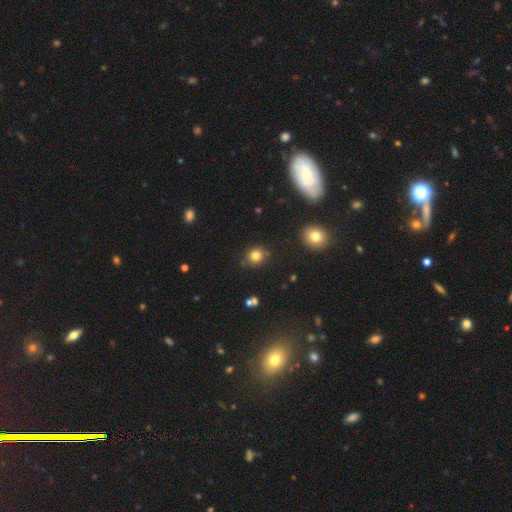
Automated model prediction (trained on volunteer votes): smooth 80%, star or artifact 14%, featured or disk 6%. Down the decision tree: how rounded — round (82%); merging — none (83%).